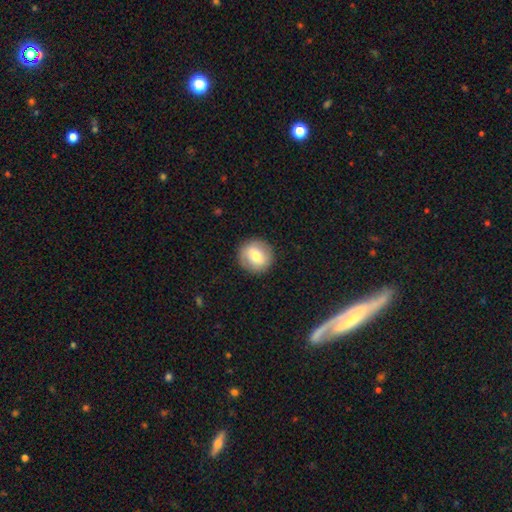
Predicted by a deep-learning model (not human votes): A smooth galaxy with no disk features (65%) that is round (91%). Merging: none (90%).